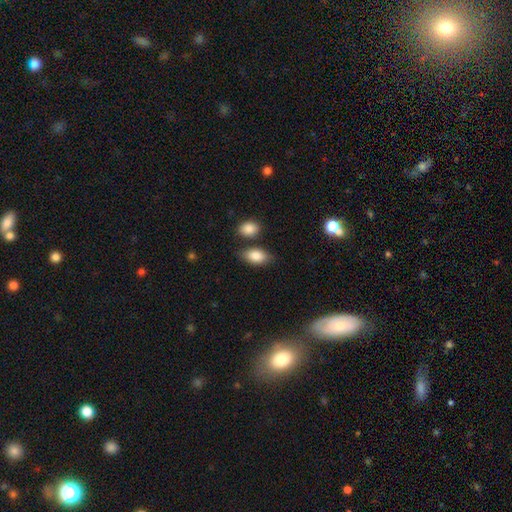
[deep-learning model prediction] This is clearly a smooth galaxy (86%). How rounded: clearly in between (91%). Merging: likely none (73%).